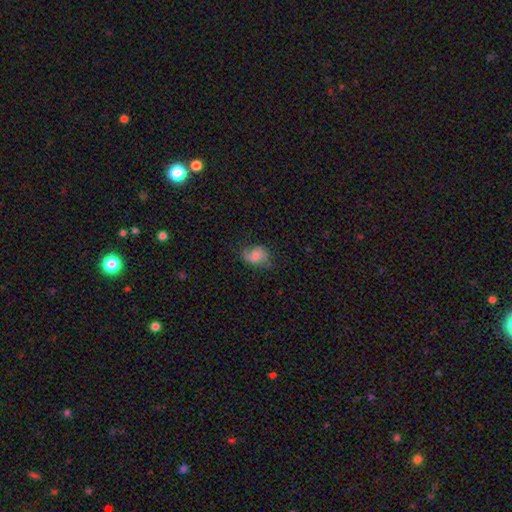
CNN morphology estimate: This appears to be a smooth galaxy with no disk features (61%) that is in between round and cigar-shaped (67%). Merging: none (59%).